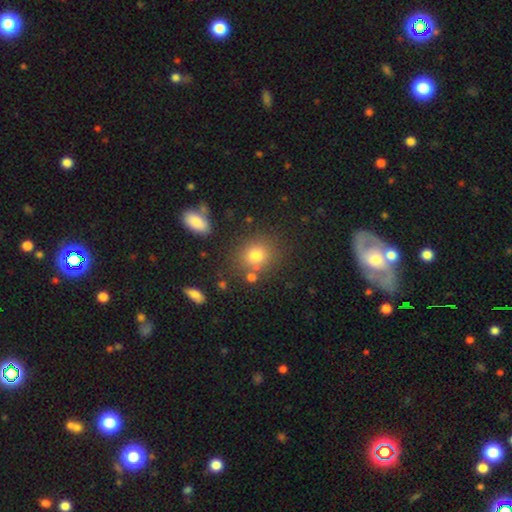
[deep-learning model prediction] Q: Smooth or featured?
A: smooth (77%); runner-up: star or artifact (14%)
Q: How rounded?
A: round (75%); runner-up: in between (24%)
Q: Merging?
A: none (76%); runner-up: minor disturbance (11%)